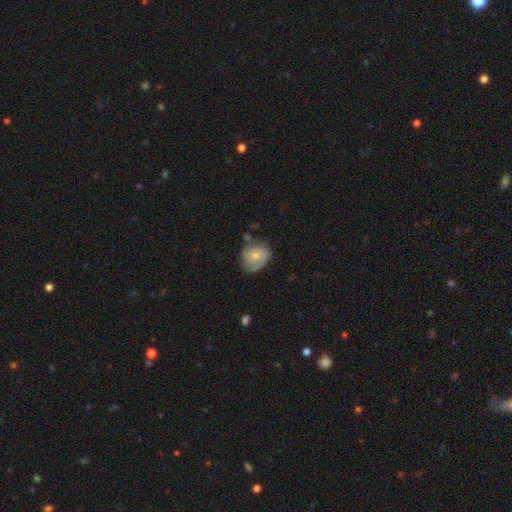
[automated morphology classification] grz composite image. It shows a smooth galaxy with no disk features (52%) that is round (59%). Merging: none (48%).